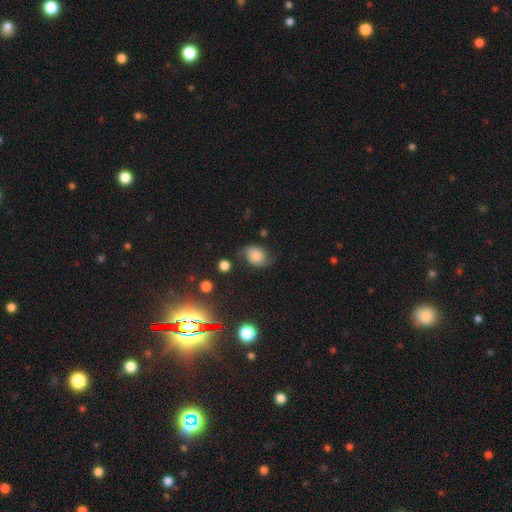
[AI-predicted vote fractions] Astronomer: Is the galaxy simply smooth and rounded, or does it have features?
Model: smooth — 47% (runner-up: featured or disk, 41%).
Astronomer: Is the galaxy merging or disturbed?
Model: none — 62%.